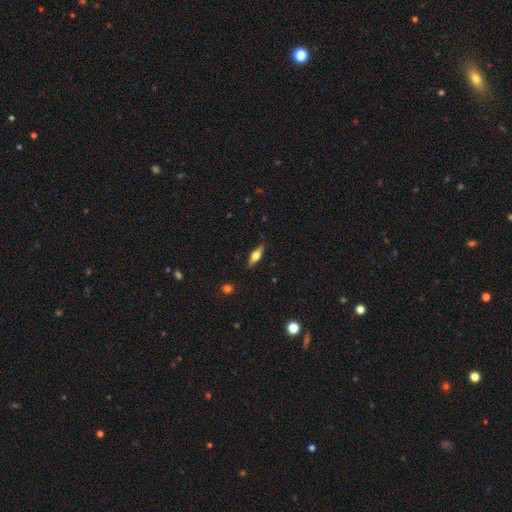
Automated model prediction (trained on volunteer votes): The model was most divided on "smooth or featured": featured or disk: 51%, smooth: 42%, star or artifact: 7%. More confident: edge-on disk — yes (93%); merging — none (88%).